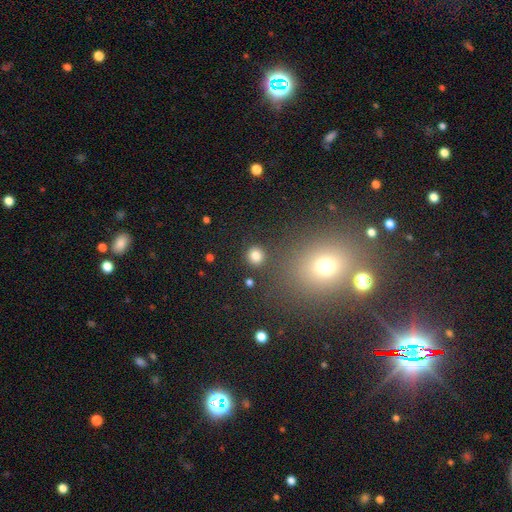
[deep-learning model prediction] This appears to be a smooth galaxy with no disk features (81%) that is round (90%). Merging: none (88%).